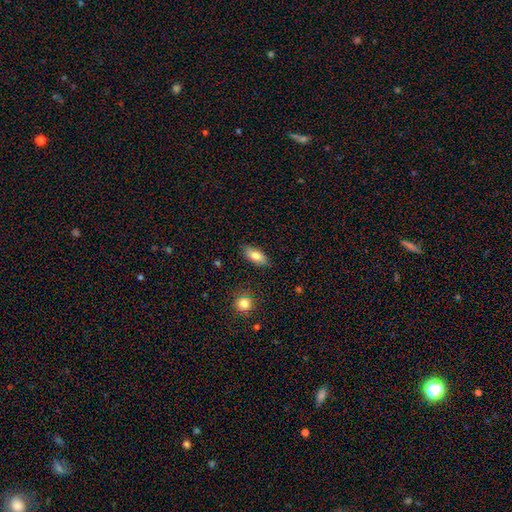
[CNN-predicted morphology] smooth 80%, featured or disk 13%, star or artifact 7%. Down the decision tree: how rounded — in between (87%); merging — none (84%).